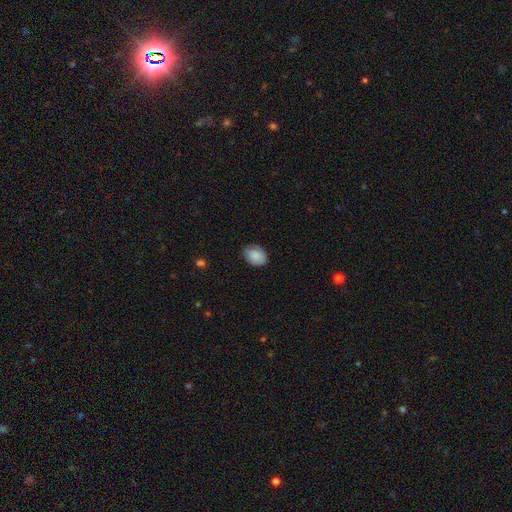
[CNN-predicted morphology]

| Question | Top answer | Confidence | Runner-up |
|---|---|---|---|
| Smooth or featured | smooth | 85% | featured or disk (8%) |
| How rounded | in between | 67% | round (32%) |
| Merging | none | 74% | minor disturbance (21%) |